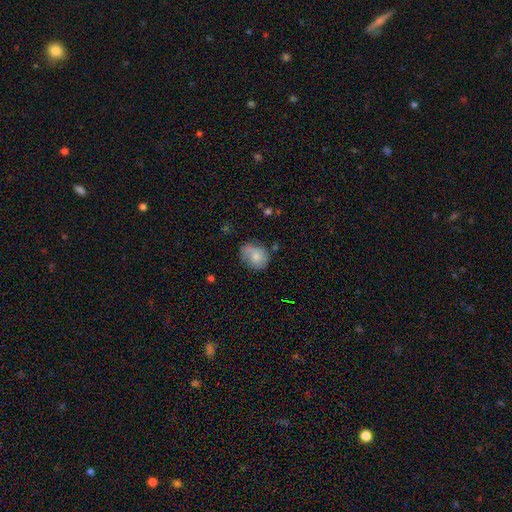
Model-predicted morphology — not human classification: Smooth or featured?
  - smooth: 69% *
  - featured or disk: 23%
  - star or artifact: 8%
How rounded?
  - in between: 53% *
  - round: 46%
  - cigar-shaped: 1%
Merging?
  - none: 55% *
  - minor disturbance: 31%
  - major disturbance: 10%
  - merger: 4%